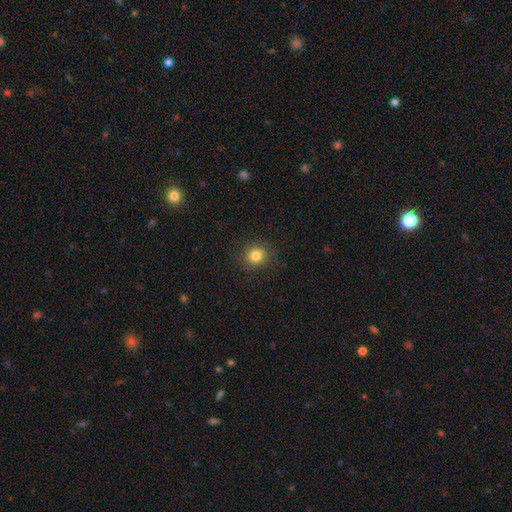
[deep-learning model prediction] Overall: smooth (81%). How rounded: round (85%). Merging: none (88%).